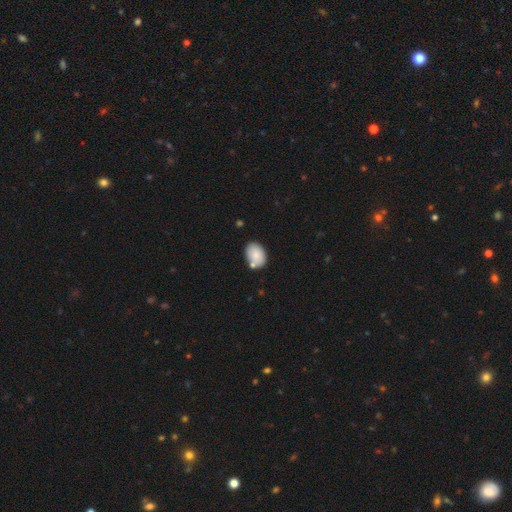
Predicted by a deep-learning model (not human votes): Morphology: type=smooth (84%); roundness=in between (81%); merging=none (67%).